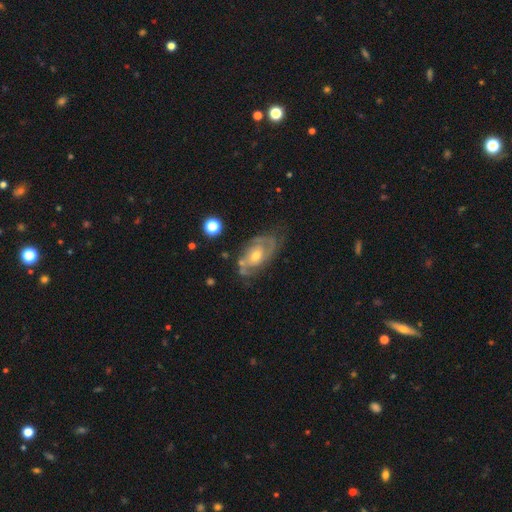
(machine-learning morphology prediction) Smooth or featured? featured or disk (79%)
Edge-on disk? no (94%)
Bar? no (63%)
Spiral arms? yes (87%)
Spiral winding? tight (50%)
Spiral arm count? 2 (54%)
Bulge size? moderate (58%)
Merging? none (63%)